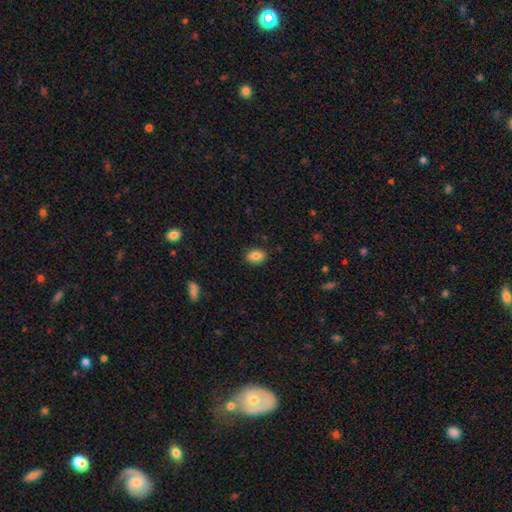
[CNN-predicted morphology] type=smooth (84%); roundness=in between (79%); merging=none (87%).